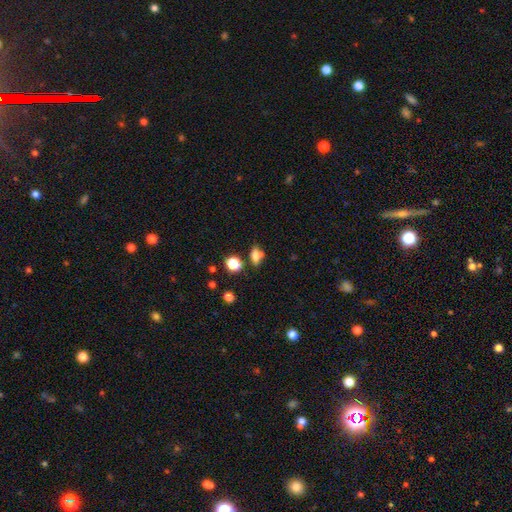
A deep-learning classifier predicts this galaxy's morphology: The model was most divided on "merging": none: 54%, minor disturbance: 20%, merger: 19%, major disturbance: 8%. More confident: smooth or featured — smooth (69%); how rounded — in between (69%).